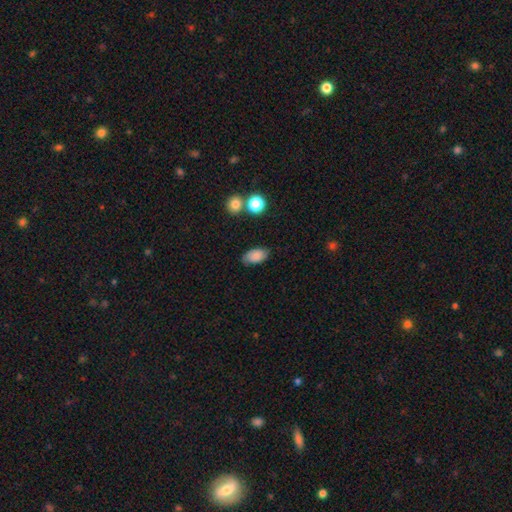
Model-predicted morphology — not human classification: This appears to be a smooth galaxy with no disk features (79%) that is in between round and cigar-shaped (92%). Merging: none (76%).